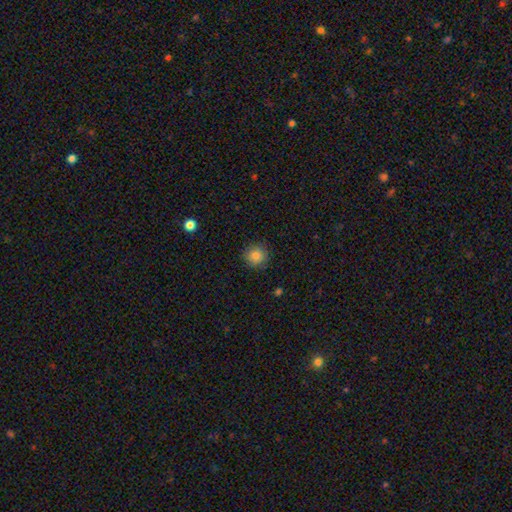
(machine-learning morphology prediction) smooth_or_featured: smooth (p=0.85) [alt: star or artifact p=0.10]
how_rounded: round (p=0.93) [alt: in between p=0.06]
merging: none (p=0.89) [alt: minor disturbance p=0.08]